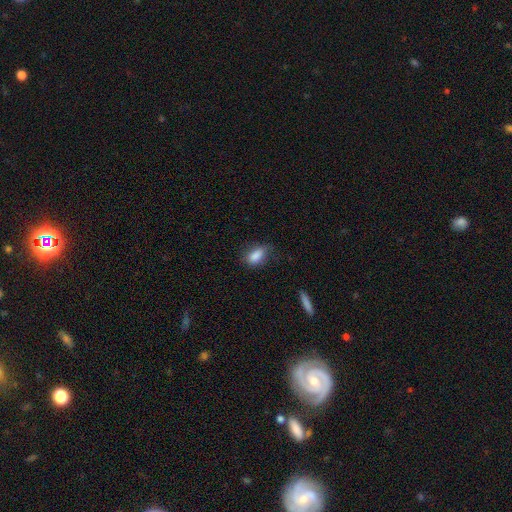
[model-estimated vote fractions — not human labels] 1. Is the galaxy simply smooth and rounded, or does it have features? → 85% smooth, 8% star or artifact, 7% featured or disk.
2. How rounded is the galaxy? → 87% in between, 8% round, 5% cigar-shaped.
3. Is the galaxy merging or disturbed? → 61% none, 28% minor disturbance, 9% major disturbance, 2% merger.